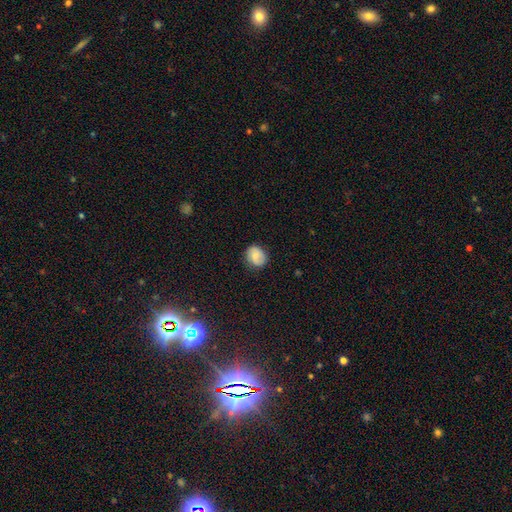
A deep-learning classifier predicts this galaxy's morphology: smooth 65%, featured or disk 26%, star or artifact 8%. Down the decision tree: how rounded — round (65%); merging — none (80%).